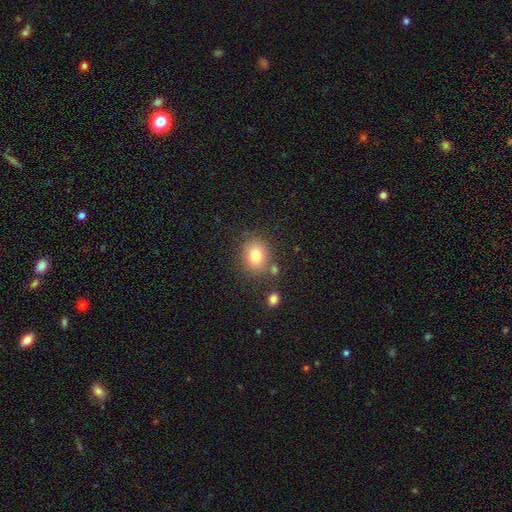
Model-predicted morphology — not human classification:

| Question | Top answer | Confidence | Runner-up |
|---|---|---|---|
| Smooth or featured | smooth | 80% | star or artifact (10%) |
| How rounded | round | 53% | in between (46%) |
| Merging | none | 73% | minor disturbance (13%) |